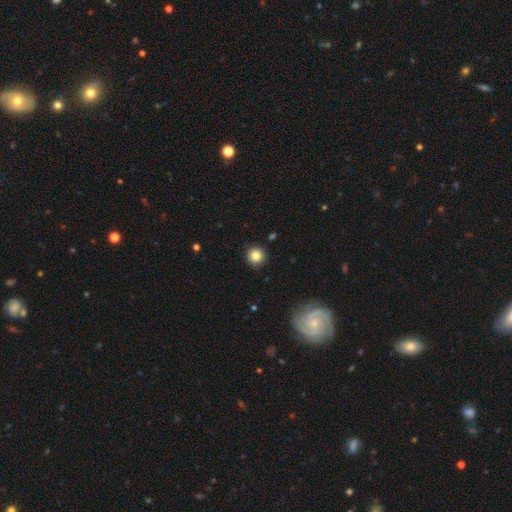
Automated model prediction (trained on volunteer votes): The model was most divided on "smooth or featured": smooth: 83%, star or artifact: 10%, featured or disk: 7%. More confident: how rounded — round (95%); merging — none (90%).